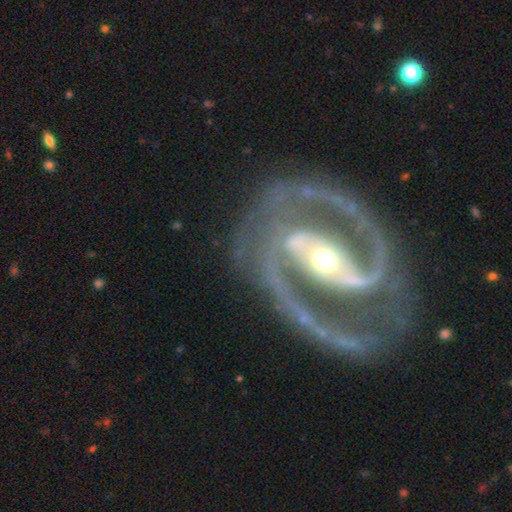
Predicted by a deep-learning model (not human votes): A featured or disk galaxy (93%) with a strong bar (63%), 2 (92%) medium (54%) spiral arms (98%) and a moderate central bulge (54%). Merging: none (76%).